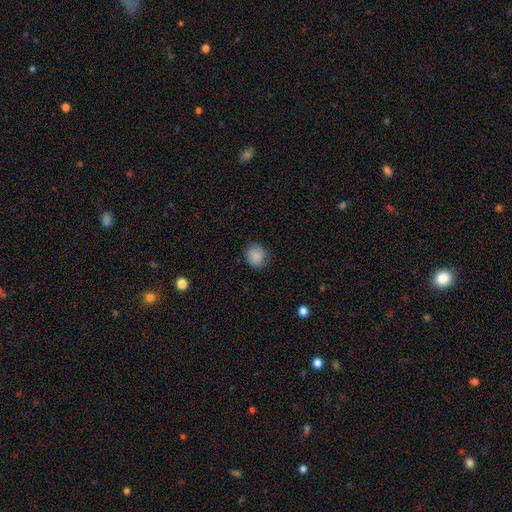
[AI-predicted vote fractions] Q: Smooth or featured?
A: smooth (87%); runner-up: star or artifact (8%)
Q: How rounded?
A: round (77%); runner-up: in between (22%)
Q: Merging?
A: none (82%); runner-up: minor disturbance (14%)